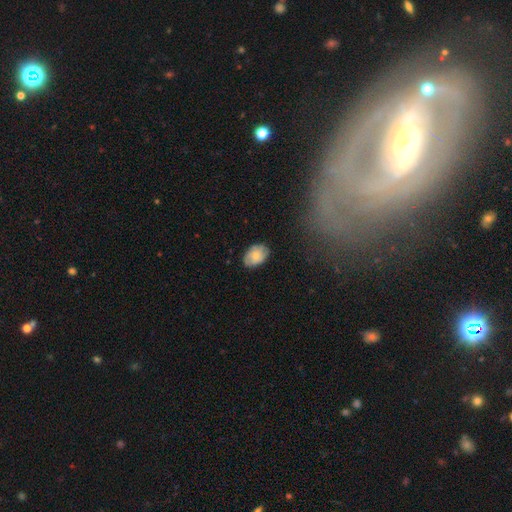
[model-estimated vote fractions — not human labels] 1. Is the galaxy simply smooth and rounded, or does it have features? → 65% smooth, 28% featured or disk, 7% star or artifact.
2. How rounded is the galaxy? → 86% in between, 13% round, 1% cigar-shaped.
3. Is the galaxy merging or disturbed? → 76% none, 19% minor disturbance, 4% major disturbance, 1% merger.